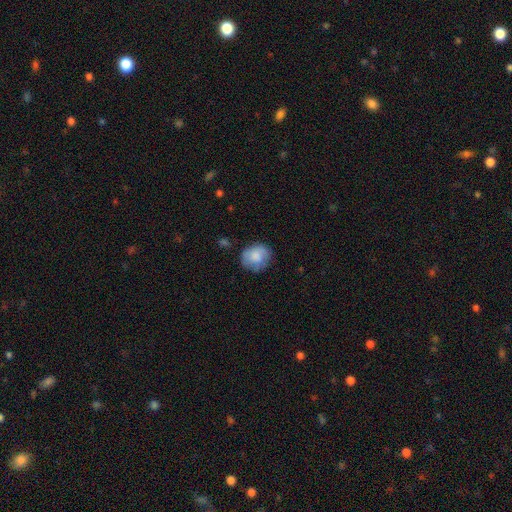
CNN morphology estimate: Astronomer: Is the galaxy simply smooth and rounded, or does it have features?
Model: smooth — 77%.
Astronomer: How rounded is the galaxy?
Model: round — 69%.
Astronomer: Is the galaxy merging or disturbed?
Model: none — 69%.